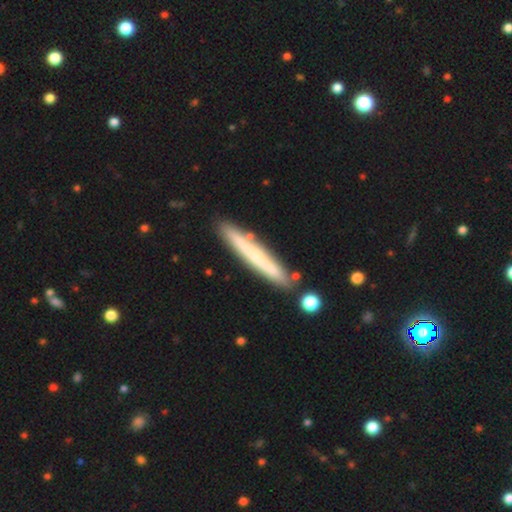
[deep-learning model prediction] A smooth galaxy with no disk features (54%) that is cigar-shaped (96%).

Vote fractions:
- Smooth or featured? smooth: 54% / featured or disk: 39% / star or artifact: 7%
- How rounded? cigar-shaped: 96% / in between: 3% / round: 1%
- Merging? none: 85% / minor disturbance: 9% / merger: 4% / major disturbance: 2%